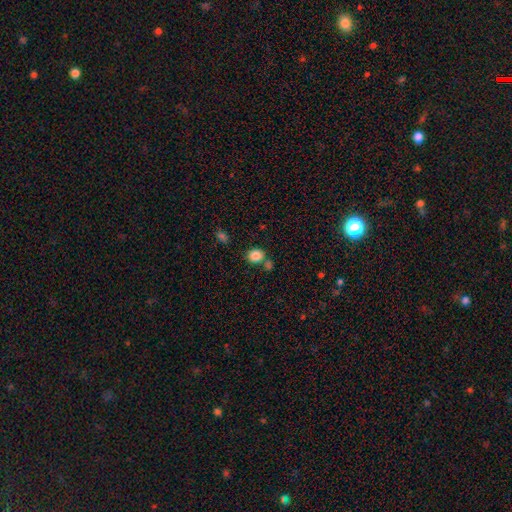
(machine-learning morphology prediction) A smooth galaxy with no disk features (85%) that is round (72%). Merging: none (67%).